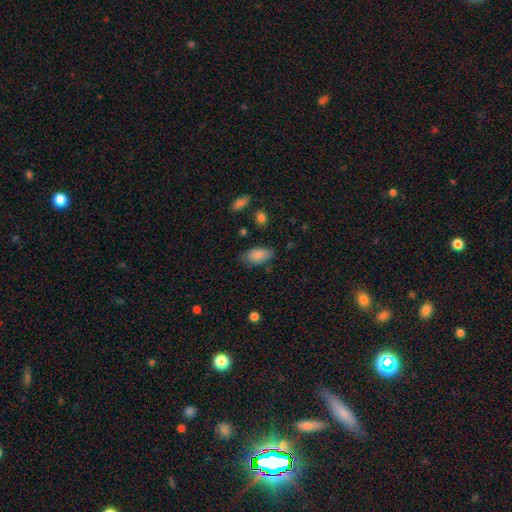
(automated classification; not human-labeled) The model was most divided on "merging": none: 70%, minor disturbance: 22%, major disturbance: 5%, merger: 2%. More confident: how rounded — in between (92%); smooth or featured — smooth (86%).